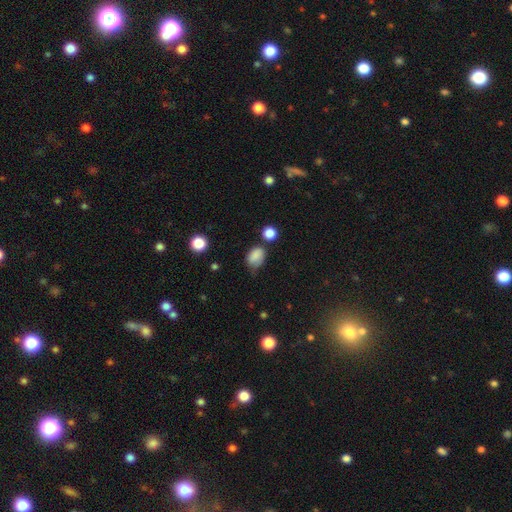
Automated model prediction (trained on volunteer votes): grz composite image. It shows a smooth galaxy with no disk features (83%) that is in between round and cigar-shaped (72%). Merging: none (48%).